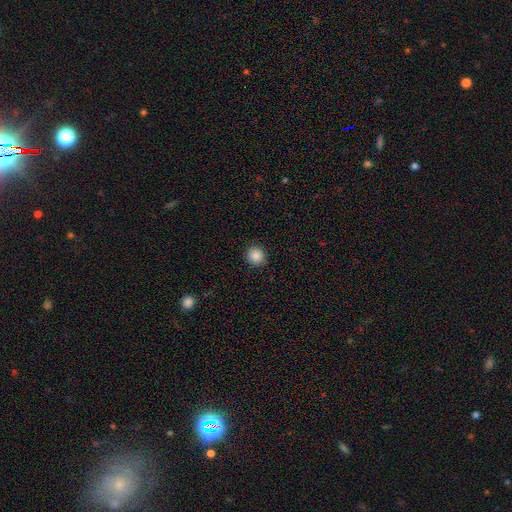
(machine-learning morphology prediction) Smooth or featured? smooth (87%)
How rounded? round (93%)
Merging? none (92%)